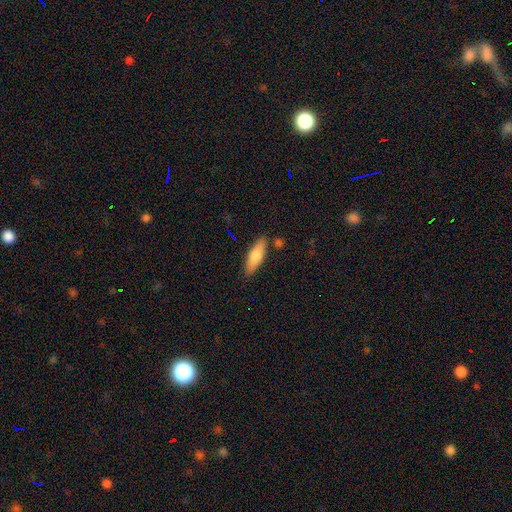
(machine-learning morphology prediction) Smooth or featured: smooth — 71% (featured or disk — 23%)
How rounded: in between — 56% (cigar-shaped — 42%)
Merging: none — 81% (minor disturbance — 13%)